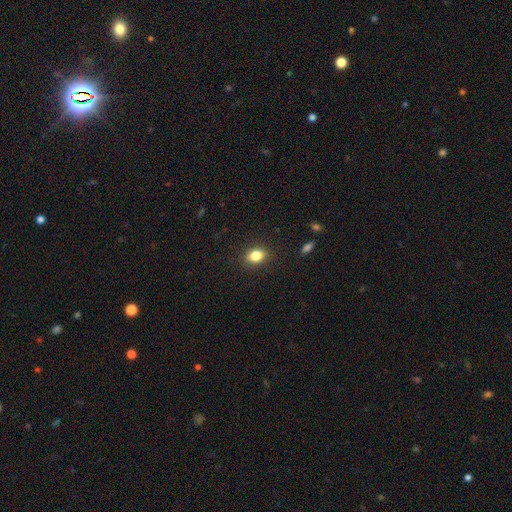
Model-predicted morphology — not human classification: smooth-or-featured: smooth: 83% | star or artifact: 10% | featured or disk: 7%
  how-rounded: in between: 70% | round: 28% | cigar-shaped: 2%
  merging: none: 88% | minor disturbance: 9% | major disturbance: 2% | merger: 1%